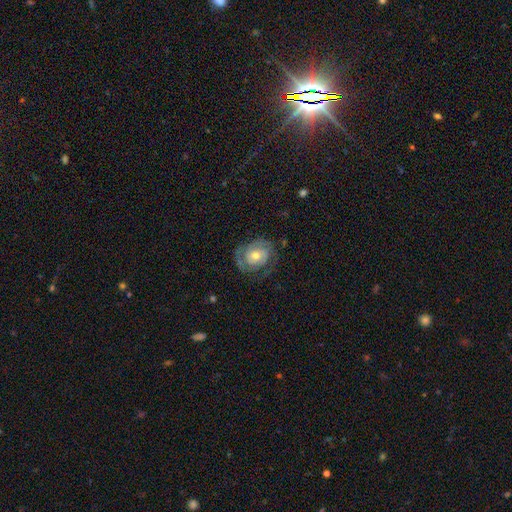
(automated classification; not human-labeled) featured or disk 71%, smooth 23%, star or artifact 6%. Down the decision tree: edge-on disk — no (97%); bar — no (72%); spiral arms — yes (83%); spiral arm count — 2 (59%); spiral winding — tight (58%); bulge size — moderate (63%); merging — none (65%).